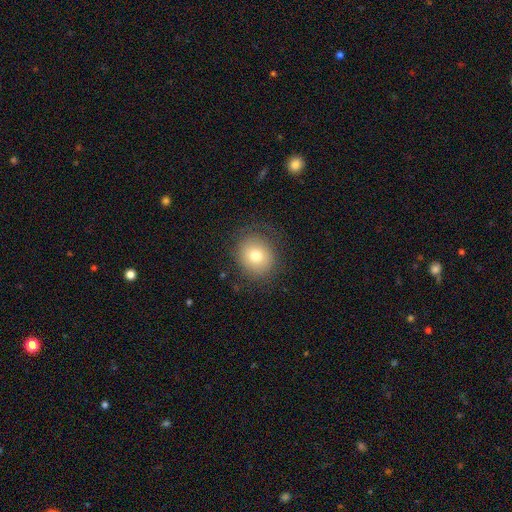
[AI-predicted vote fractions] Smooth or featured? Predicted: smooth (p=0.75). How rounded? Predicted: round (p=0.78). Merging? Predicted: none (p=0.80).